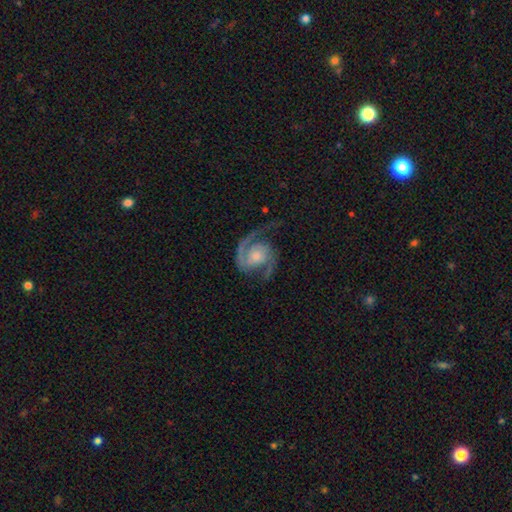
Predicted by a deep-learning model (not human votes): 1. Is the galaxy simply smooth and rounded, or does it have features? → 91% featured or disk, 5% smooth, 4% star or artifact.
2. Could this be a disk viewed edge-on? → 98% no, 2% yes.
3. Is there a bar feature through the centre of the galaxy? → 69% no, 26% weak, 6% strong.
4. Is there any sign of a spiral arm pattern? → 98% yes, 2% no.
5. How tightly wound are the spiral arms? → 53% medium, 27% tight, 20% loose.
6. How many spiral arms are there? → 89% 2, 4% 1, 3% 3, 2% can't tell, 1% 4, 1% more than 4.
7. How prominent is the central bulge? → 46% moderate, 32% small, 12% large, 9% none, 2% dominant.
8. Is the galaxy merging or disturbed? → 66% none, 17% minor disturbance, 15% major disturbance, 2% merger.